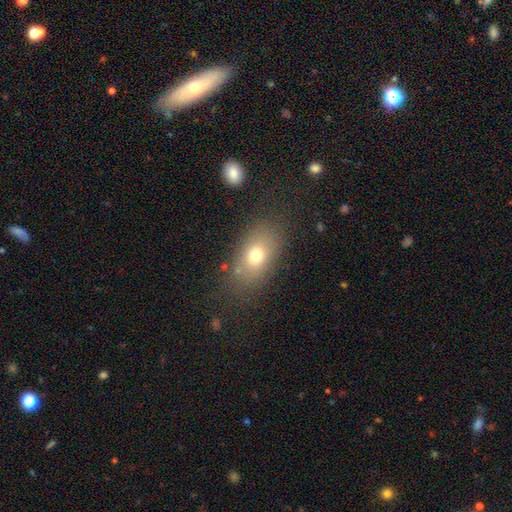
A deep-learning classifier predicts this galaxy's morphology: This appears to be a smooth galaxy with no disk features (72%) that is in between round and cigar-shaped (82%). Merging: none (77%).